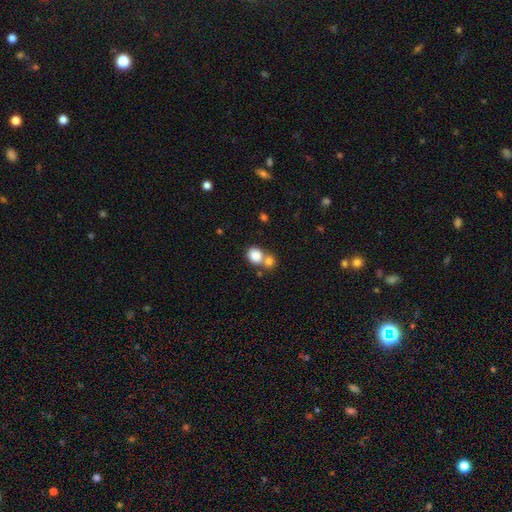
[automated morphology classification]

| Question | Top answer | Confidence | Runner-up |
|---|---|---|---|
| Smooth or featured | smooth | 84% | star or artifact (9%) |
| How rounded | round | 62% | in between (37%) |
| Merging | merger | 49% | none (40%) |